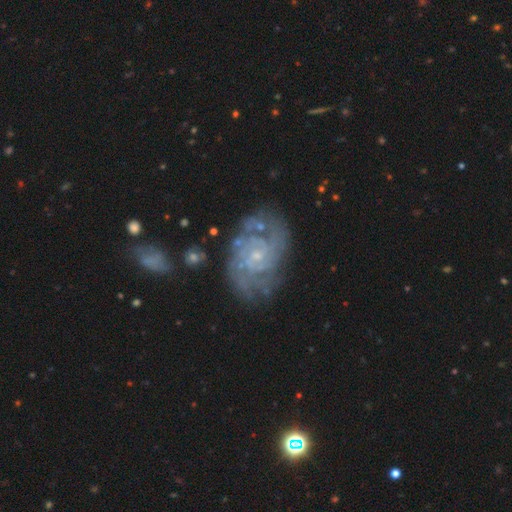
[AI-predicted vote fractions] Smooth or featured? Predicted: featured or disk (p=0.85). Edge-on disk? Predicted: no (p=0.97). Bar? Predicted: no (p=0.66). Spiral arms? Predicted: yes (p=0.94). Spiral winding? Predicted: tight (p=0.64). Spiral arm count? Predicted: can't tell (p=0.35). Bulge size? Predicted: small (p=0.80). Merging? Predicted: none (p=0.70).